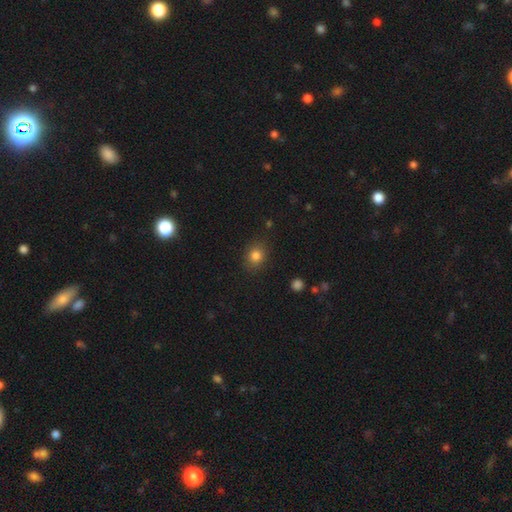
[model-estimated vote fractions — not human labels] The model was most divided on "how rounded": round: 66%, in between: 33%, cigar-shaped: 1%. More confident: merging — none (86%); smooth or featured — smooth (82%).